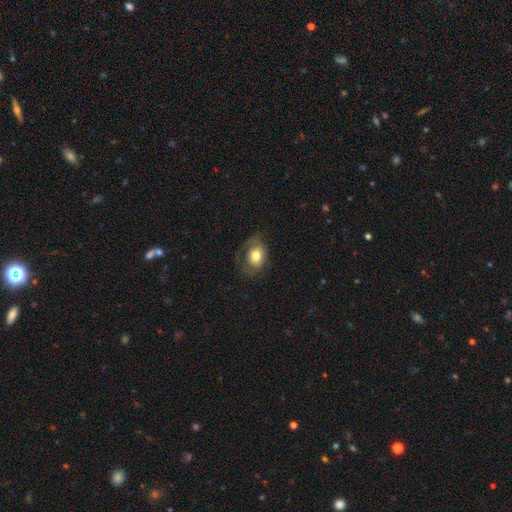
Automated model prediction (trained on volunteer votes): The model was most divided on "merging": none: 52%, minor disturbance: 26%, major disturbance: 21%, merger: 1%. More confident: smooth or featured — smooth (69%); how rounded — in between (68%).